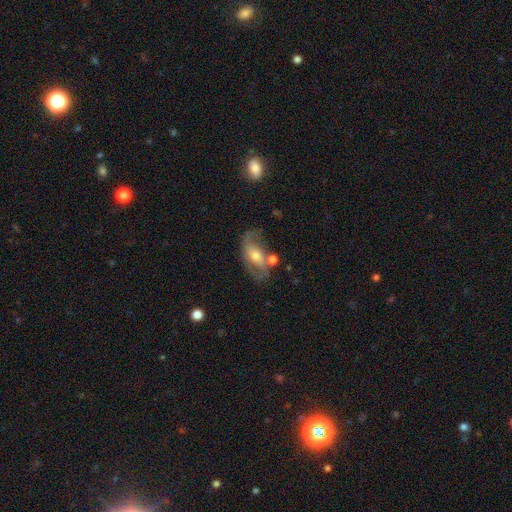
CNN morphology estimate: A featured or disk galaxy (66%) with no bar (47%), spiral arms (80%) and a moderate central bulge (62%). Merging: none (53%).